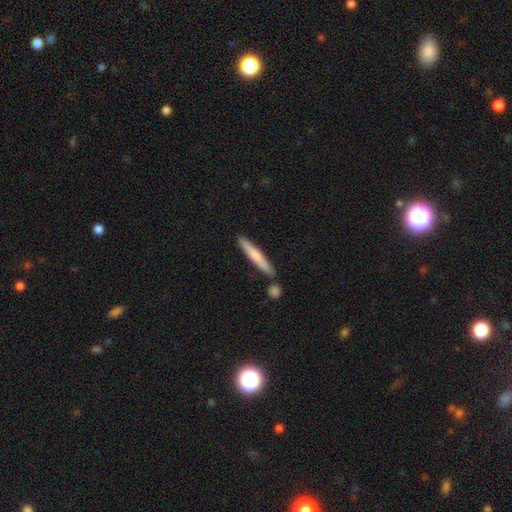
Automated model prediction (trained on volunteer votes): smooth_or_featured: smooth (p=0.69) [alt: featured or disk p=0.26]
how_rounded: cigar-shaped (p=0.95) [alt: in between p=0.04]
merging: none (p=0.82) [alt: minor disturbance p=0.09]